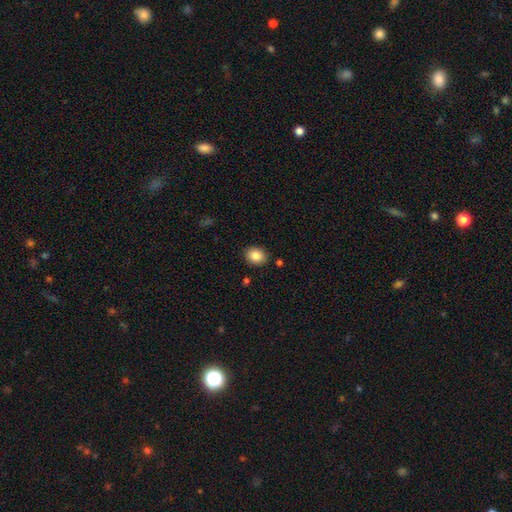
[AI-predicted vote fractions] smooth_or_featured: smooth (p=0.85) [alt: star or artifact p=0.08]
how_rounded: in between (p=0.50) [alt: round p=0.49]
merging: none (p=0.88) [alt: minor disturbance p=0.08]